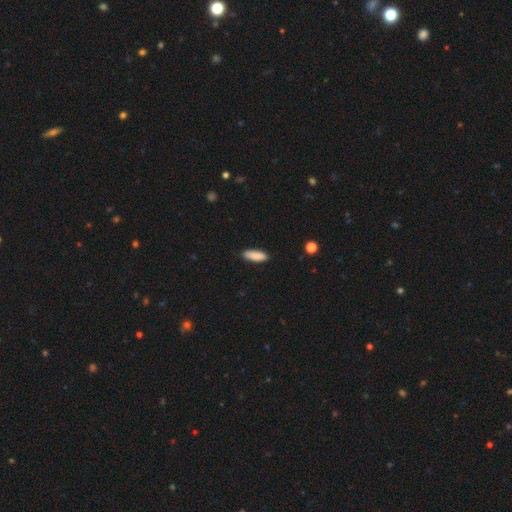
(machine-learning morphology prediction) Smooth or featured: smooth — 88% (star or artifact — 6%)
How rounded: in between — 52% (cigar-shaped — 46%)
Merging: none — 89% (minor disturbance — 9%)